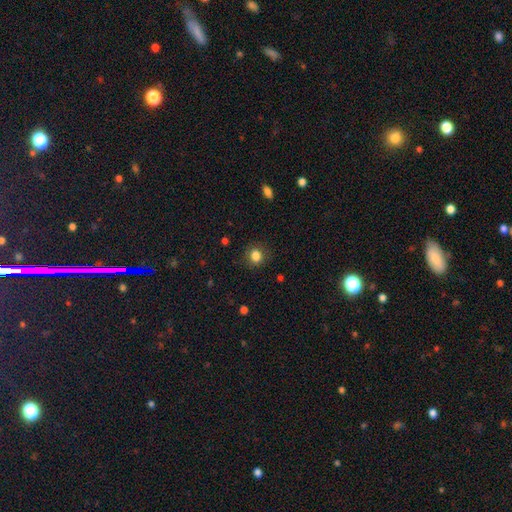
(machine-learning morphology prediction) Q: Smooth or featured?
A: smooth (83%); runner-up: star or artifact (11%)
Q: How rounded?
A: round (73%); runner-up: in between (26%)
Q: Merging?
A: none (85%); runner-up: minor disturbance (11%)